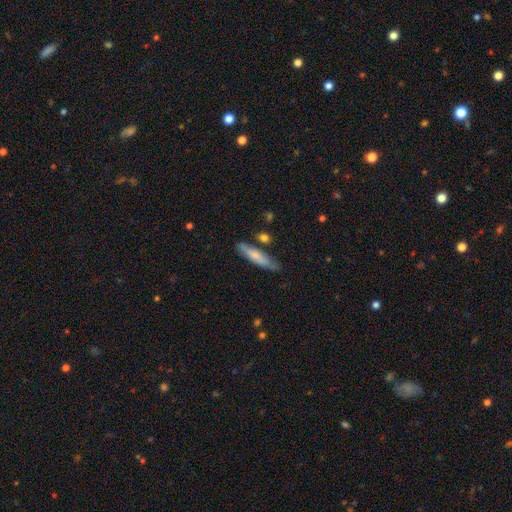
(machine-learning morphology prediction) A smooth galaxy with no disk features (67%) that is cigar-shaped (80%).

Vote fractions:
- Smooth or featured? smooth: 67% / featured or disk: 27% / star or artifact: 6%
- How rounded? cigar-shaped: 80% / in between: 19% / round: 2%
- Merging? none: 71% / minor disturbance: 19% / merger: 5% / major disturbance: 4%